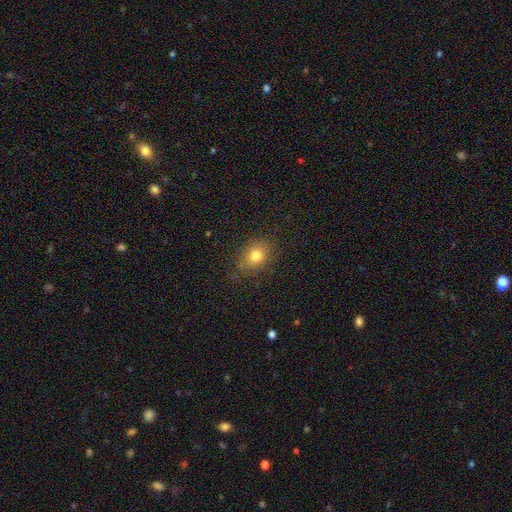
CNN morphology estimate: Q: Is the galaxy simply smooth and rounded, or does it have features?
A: smooth — 79%.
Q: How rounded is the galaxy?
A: in between — 62%.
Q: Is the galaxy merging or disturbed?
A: none — 81%.